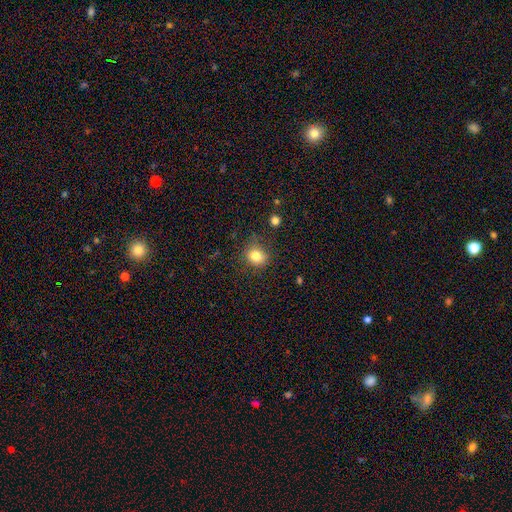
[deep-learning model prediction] Smooth or featured? Predicted: smooth (p=0.80). How rounded? Predicted: round (p=0.76). Merging? Predicted: none (p=0.74).